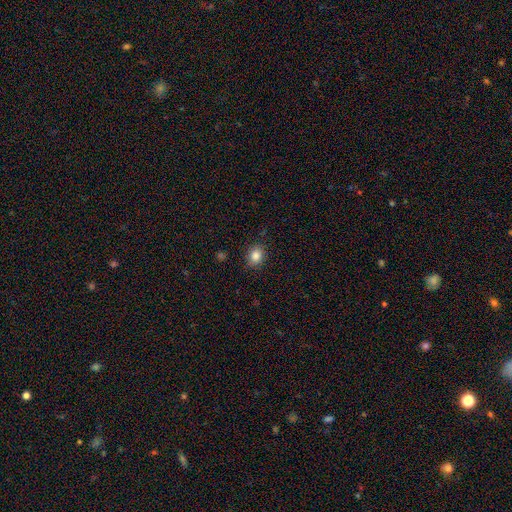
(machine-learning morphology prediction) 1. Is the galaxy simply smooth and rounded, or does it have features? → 85% smooth, 10% star or artifact, 5% featured or disk.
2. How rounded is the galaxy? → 53% round, 46% in between, 1% cigar-shaped.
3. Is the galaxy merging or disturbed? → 86% none, 10% minor disturbance, 3% major disturbance, 1% merger.